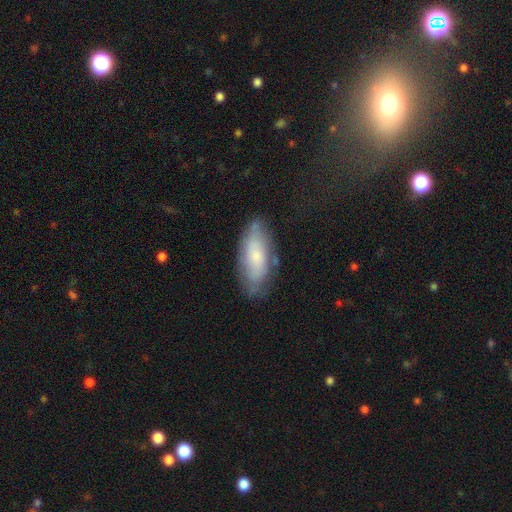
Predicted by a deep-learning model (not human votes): Smooth or featured: smooth — 61% (featured or disk — 32%)
How rounded: in between — 81% (cigar-shaped — 17%)
Merging: none — 67% (minor disturbance — 24%)